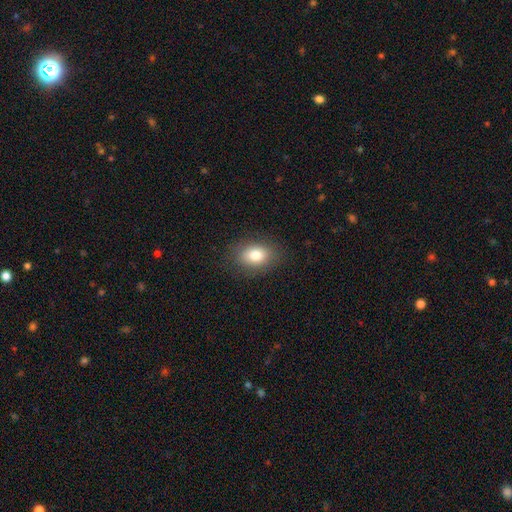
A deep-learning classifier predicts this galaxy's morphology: A smooth galaxy with no disk features (80%) that is in between round and cigar-shaped (75%). Merging: none (85%).